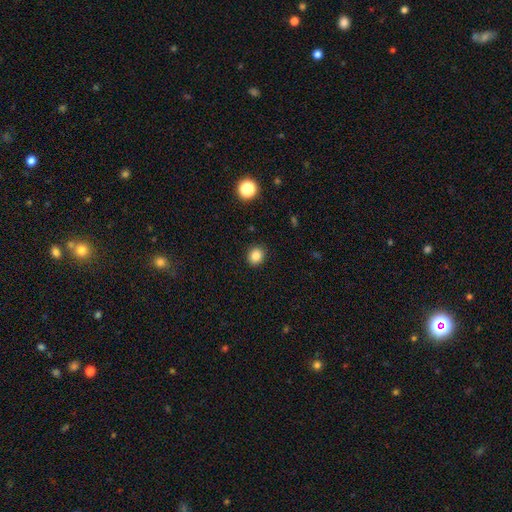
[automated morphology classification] This is clearly a smooth galaxy (84%). How rounded: likely round (73%). Merging: clearly none (91%).